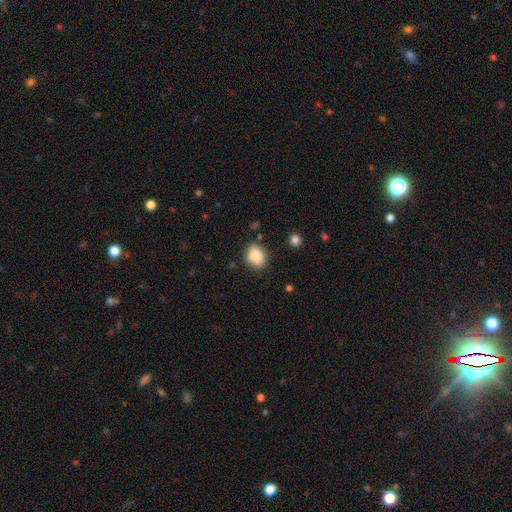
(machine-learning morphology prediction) type=smooth (86%); roundness=in between (56%); merging=none (77%).